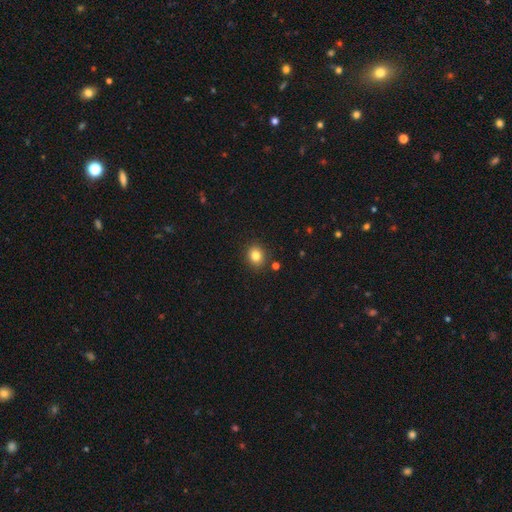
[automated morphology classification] This appears to be a smooth galaxy with no disk features (82%) that is round (73%). Merging: none (88%).